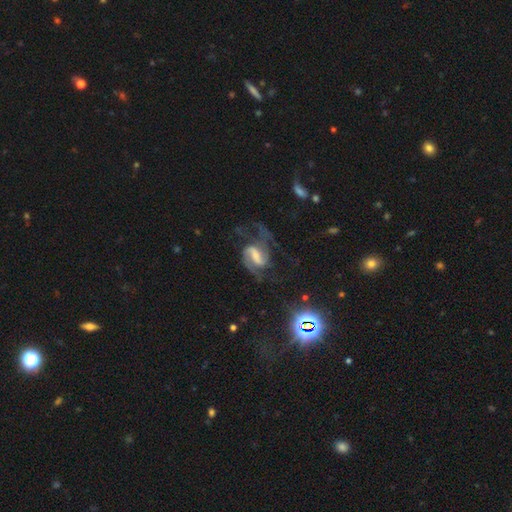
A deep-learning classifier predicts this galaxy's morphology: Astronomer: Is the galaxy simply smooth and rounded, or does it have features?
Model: featured or disk — 85%.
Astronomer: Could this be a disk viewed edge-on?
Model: no — 97%.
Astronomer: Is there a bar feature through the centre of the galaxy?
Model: weak — 46% (runner-up: strong, 41%).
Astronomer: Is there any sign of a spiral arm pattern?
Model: yes — 96%.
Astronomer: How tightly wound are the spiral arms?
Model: medium — 50% (runner-up: loose, 34%).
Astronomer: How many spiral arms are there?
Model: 2 — 81%.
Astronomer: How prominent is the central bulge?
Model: small — 38% (runner-up: moderate, 33%).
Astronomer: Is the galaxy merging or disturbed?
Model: none — 46% (runner-up: major disturbance, 33%).